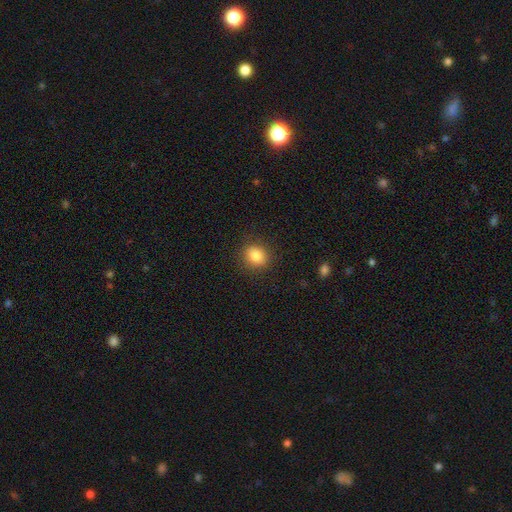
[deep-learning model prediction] A smooth galaxy with no disk features (85%) that is round (70%). Merging: none (88%).